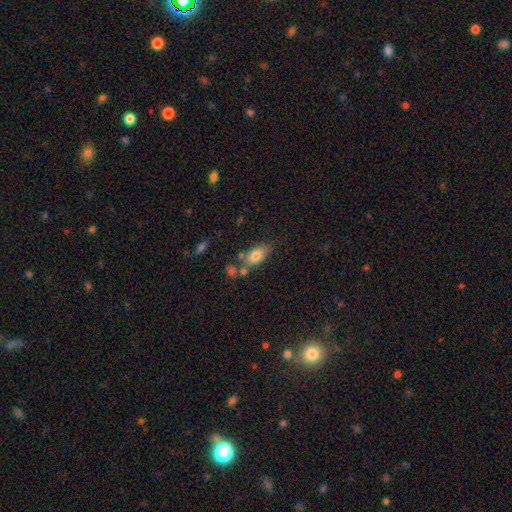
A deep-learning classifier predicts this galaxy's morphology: A smooth galaxy with no disk features (79%) that is in between round and cigar-shaped (87%).

Vote fractions:
- Smooth or featured? smooth: 79% / featured or disk: 13% / star or artifact: 8%
- How rounded? in between: 87% / cigar-shaped: 7% / round: 7%
- Merging? none: 61% / minor disturbance: 19% / merger: 15% / major disturbance: 6%